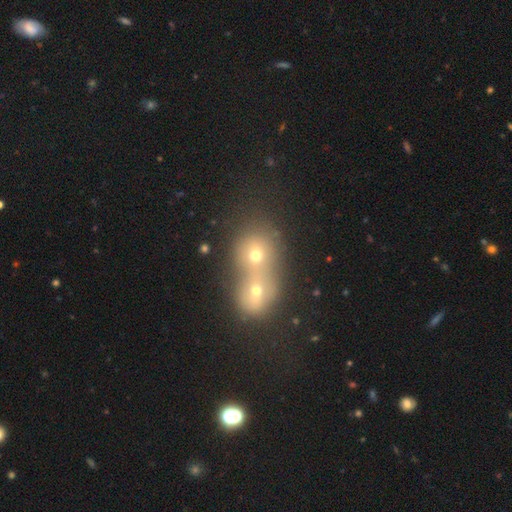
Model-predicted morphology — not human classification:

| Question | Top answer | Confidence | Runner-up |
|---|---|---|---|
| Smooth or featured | smooth | 52% | star or artifact (24%) |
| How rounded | round | 67% | in between (31%) |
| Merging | merger | 74% | none (19%) |